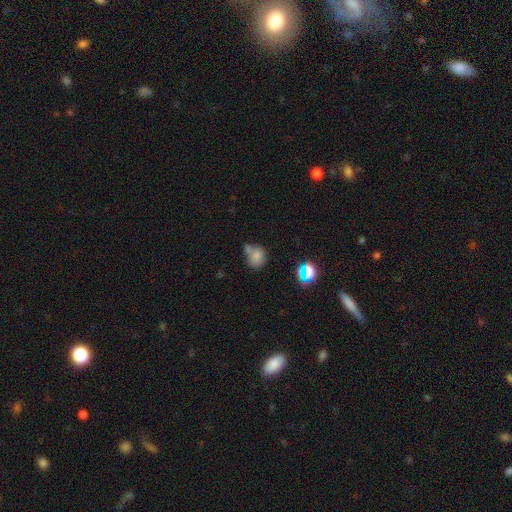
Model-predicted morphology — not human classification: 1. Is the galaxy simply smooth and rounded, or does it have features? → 74% smooth, 15% star or artifact, 11% featured or disk.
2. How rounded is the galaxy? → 62% round, 36% in between, 1% cigar-shaped.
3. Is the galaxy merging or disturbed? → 44% none, 31% merger, 18% minor disturbance, 7% major disturbance.